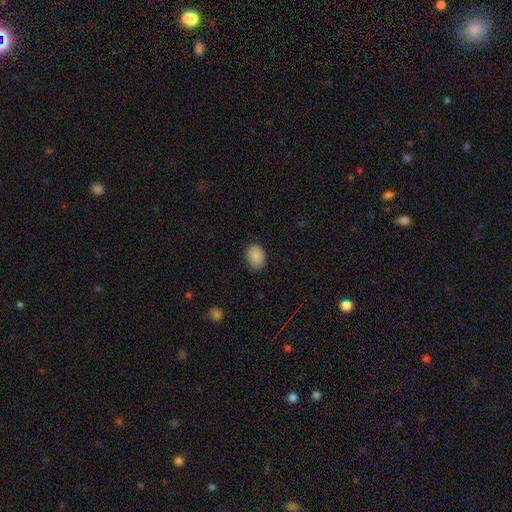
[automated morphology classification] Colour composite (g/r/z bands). It shows a smooth galaxy with no disk features (89%) that is in between round and cigar-shaped (71%). Merging: none (86%).